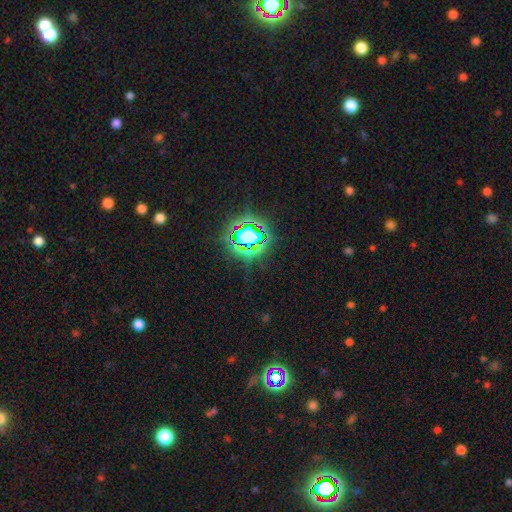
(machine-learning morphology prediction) The model was most divided on "smooth or featured": star or artifact: 80%, smooth: 13%, featured or disk: 7%.